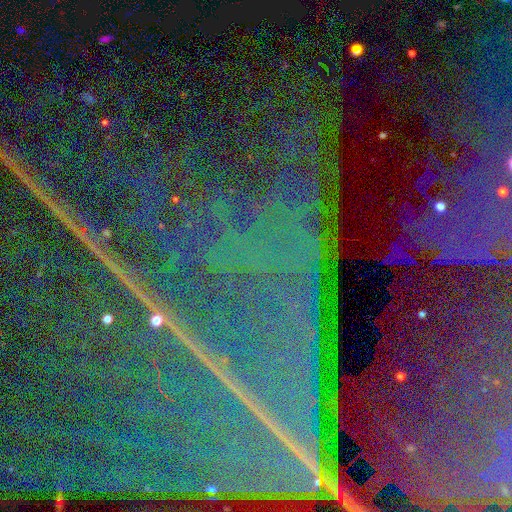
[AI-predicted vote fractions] smooth-or-featured: star or artifact: 88% | featured or disk: 8% | smooth: 5%